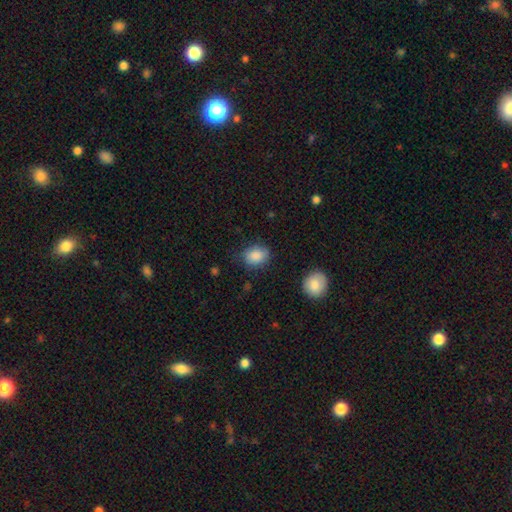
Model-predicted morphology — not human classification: smooth 87%, star or artifact 8%, featured or disk 5%. Down the decision tree: how rounded — in between (56%); merging — none (76%).